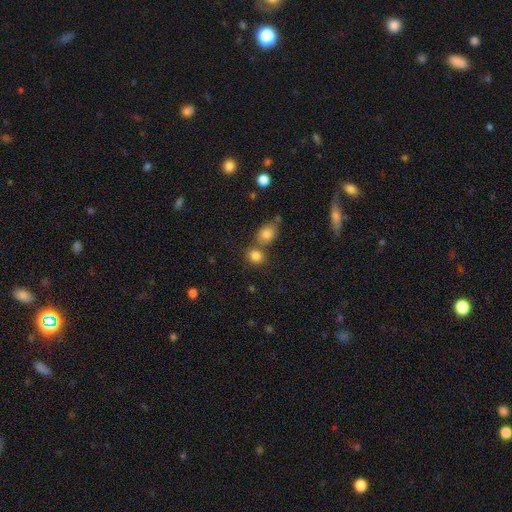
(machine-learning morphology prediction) This is clearly a smooth galaxy (82%). How rounded: likely round (63%). Merging: possibly none (51%).